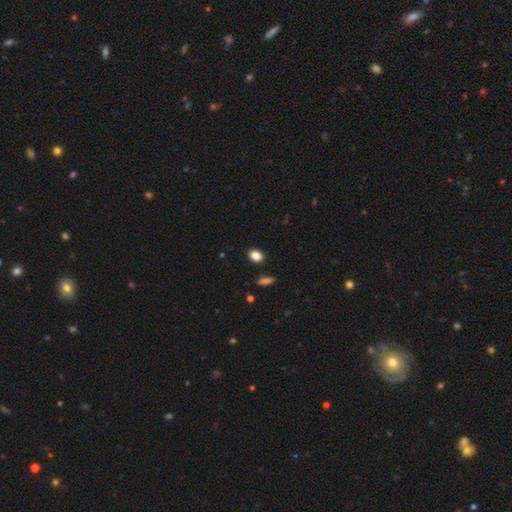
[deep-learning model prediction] smooth_or_featured: smooth (p=0.85) [alt: star or artifact p=0.10]
how_rounded: in between (p=0.67) [alt: round p=0.31]
merging: none (p=0.87) [alt: minor disturbance p=0.08]